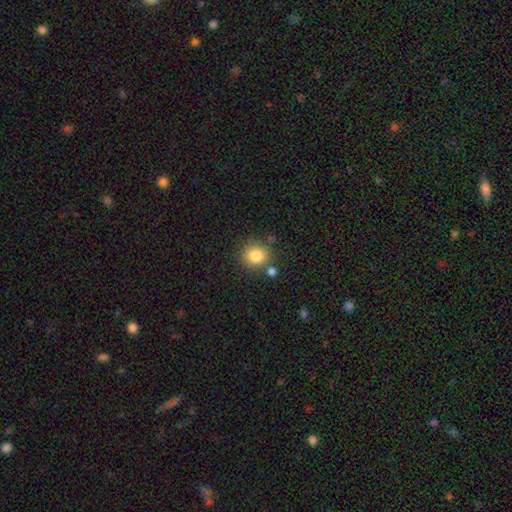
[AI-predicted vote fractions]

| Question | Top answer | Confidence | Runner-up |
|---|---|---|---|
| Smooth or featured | smooth | 82% | star or artifact (11%) |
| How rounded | round | 88% | in between (11%) |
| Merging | none | 77% | merger (10%) |